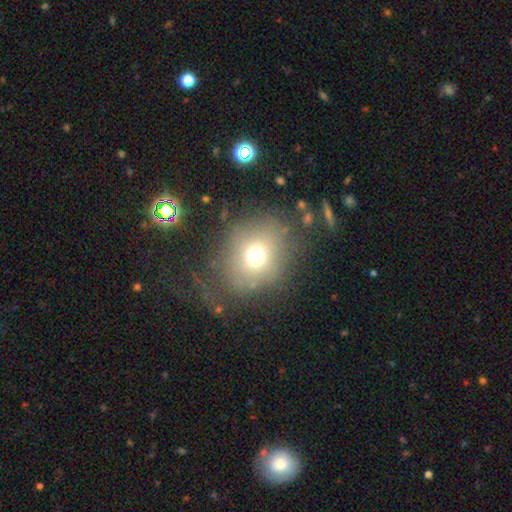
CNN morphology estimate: Q: Smooth or featured?
A: smooth (67%); runner-up: star or artifact (19%)
Q: How rounded?
A: round (78%); runner-up: in between (21%)
Q: Merging?
A: none (68%); runner-up: minor disturbance (15%)